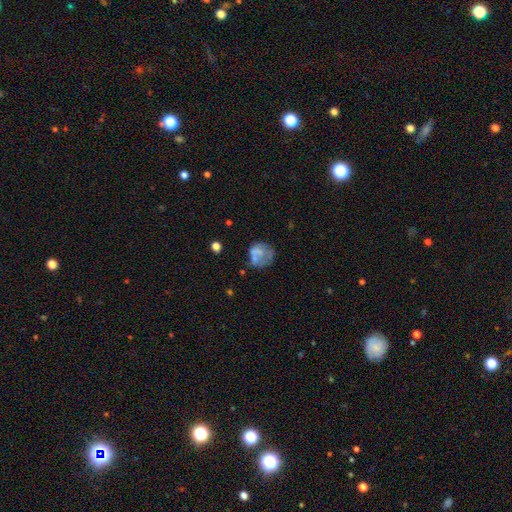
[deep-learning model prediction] Smooth or featured: smooth — 50% (featured or disk — 38%)
How rounded: round — 73% (in between — 26%)
Merging: none — 45% (minor disturbance — 24%)